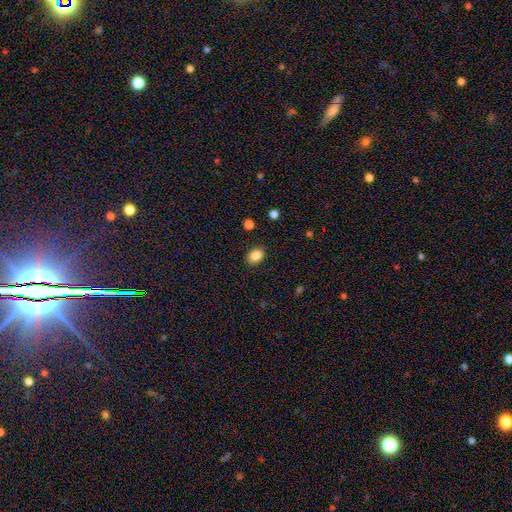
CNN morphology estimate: Smooth or featured? Predicted: smooth (p=0.87). How rounded? Predicted: in between (p=0.78). Merging? Predicted: none (p=0.84).